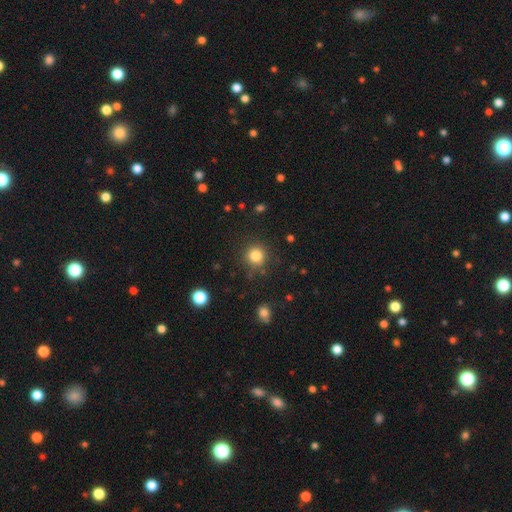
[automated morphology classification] A smooth galaxy with no disk features (83%) that is round (93%). Merging: none (84%).